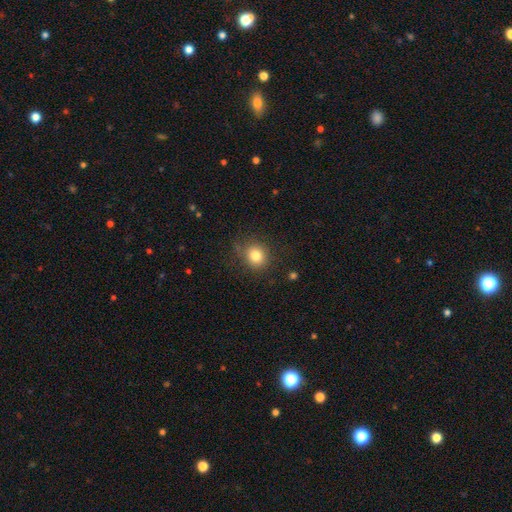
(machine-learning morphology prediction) Smooth or featured?
  - smooth: 81% *
  - star or artifact: 11%
  - featured or disk: 8%
How rounded?
  - round: 80% *
  - in between: 19%
  - cigar-shaped: 1%
Merging?
  - none: 80% *
  - minor disturbance: 14%
  - major disturbance: 4%
  - merger: 1%